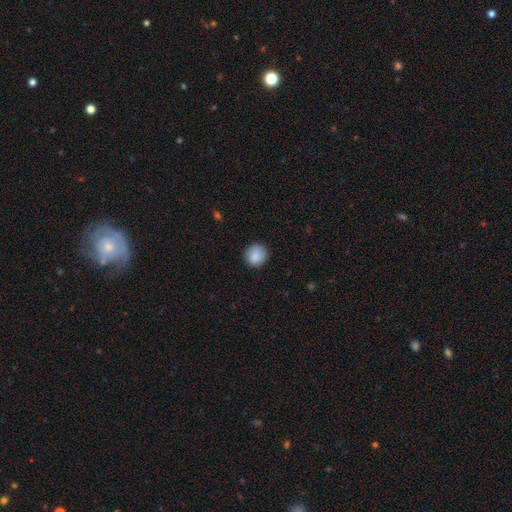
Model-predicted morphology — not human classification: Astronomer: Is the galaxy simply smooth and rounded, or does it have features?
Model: smooth — 88%.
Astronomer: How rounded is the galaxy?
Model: round — 90%.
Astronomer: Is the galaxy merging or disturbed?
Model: none — 88%.